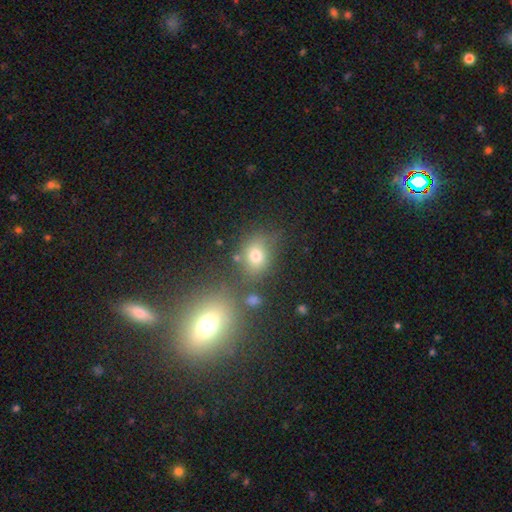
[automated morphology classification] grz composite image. It shows a smooth galaxy with no disk features (70%) that is round (51%). Merging: none (63%).